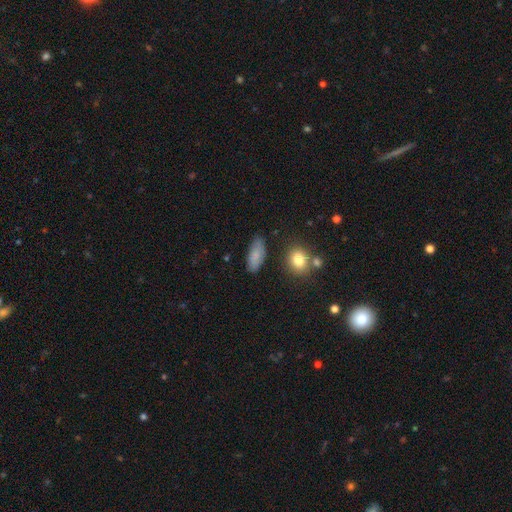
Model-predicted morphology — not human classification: type=smooth (82%); roundness=in between (84%); merging=none (78%).